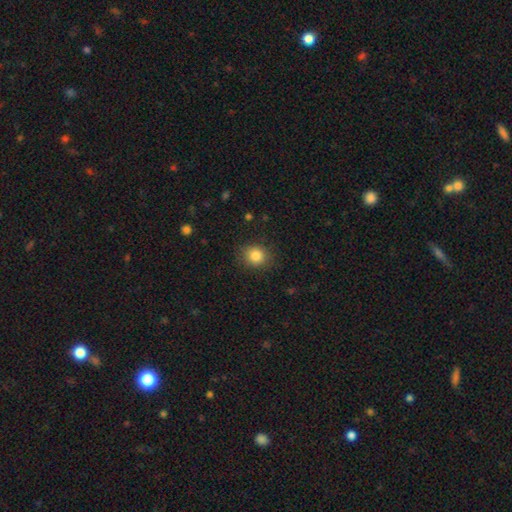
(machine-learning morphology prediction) A smooth galaxy with no disk features (83%) that is round (80%). Merging: none (87%).